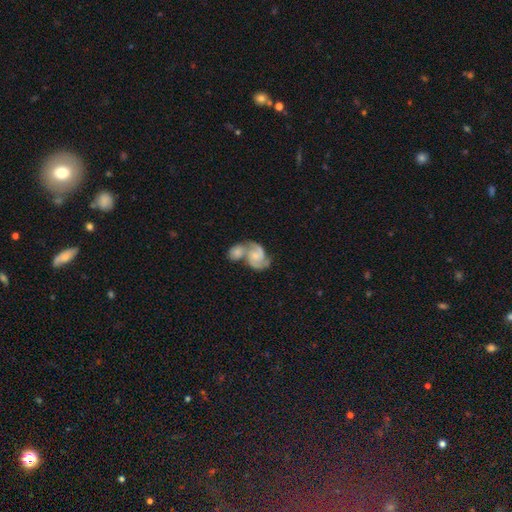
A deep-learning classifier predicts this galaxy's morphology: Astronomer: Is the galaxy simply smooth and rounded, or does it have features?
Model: featured or disk — 81%.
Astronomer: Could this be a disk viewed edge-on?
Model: no — 98%.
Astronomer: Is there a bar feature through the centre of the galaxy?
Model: no — 63%.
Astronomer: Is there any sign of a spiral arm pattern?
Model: yes — 96%.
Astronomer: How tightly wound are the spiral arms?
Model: medium — 55%.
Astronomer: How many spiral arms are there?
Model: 2 — 84%.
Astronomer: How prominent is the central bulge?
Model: small — 47% (runner-up: moderate, 26%).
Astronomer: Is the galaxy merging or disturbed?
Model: merger — 66%.